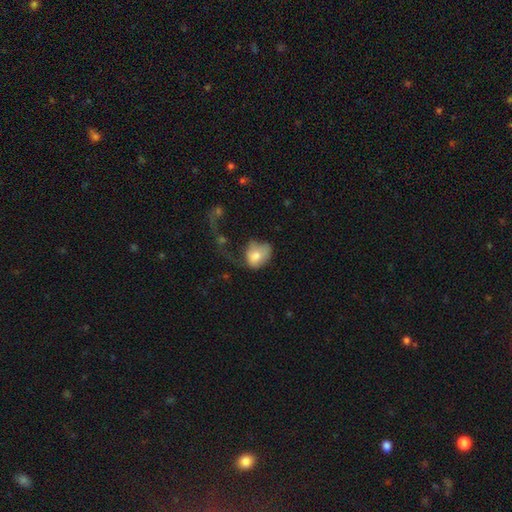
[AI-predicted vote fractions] Overall: smooth (74%). How rounded: in between (56%; round 43%). Merging: major disturbance (44%; none 25%).